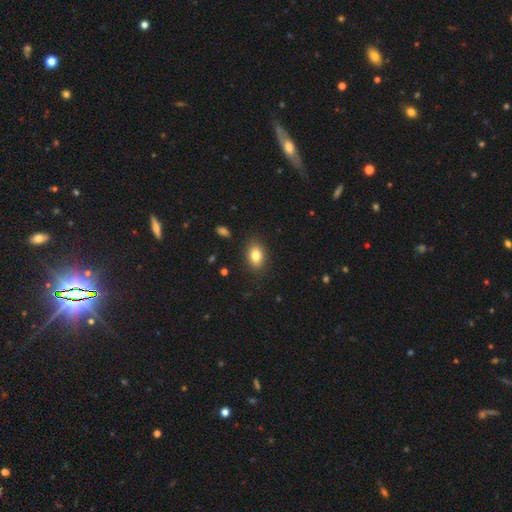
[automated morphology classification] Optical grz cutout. It shows a smooth galaxy with no disk features (82%) that is in between round and cigar-shaped (82%). Merging: none (87%).